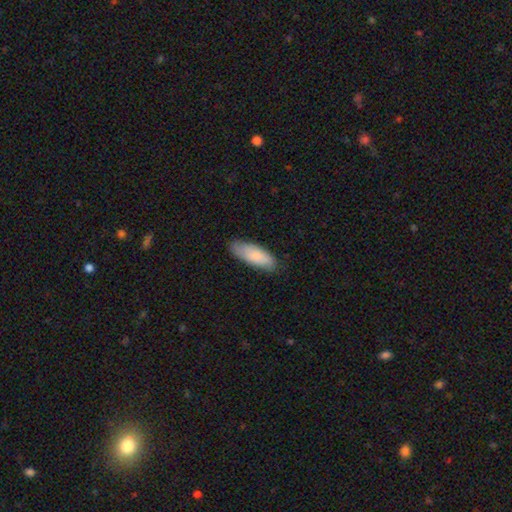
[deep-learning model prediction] Smooth or featured? smooth (80%)
How rounded? in between (70%)
Merging? none (76%)